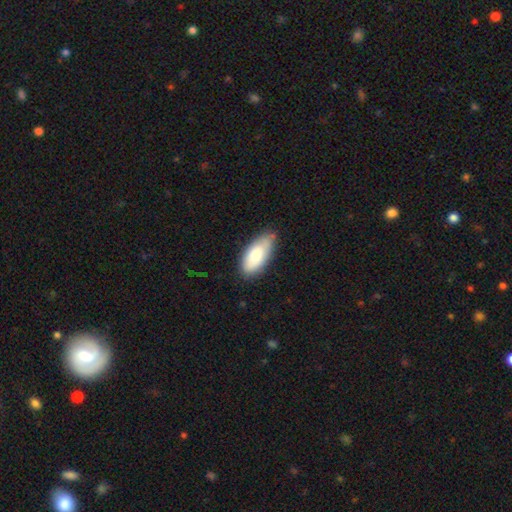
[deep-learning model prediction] A smooth galaxy with no disk features (82%) that is in between round and cigar-shaped (88%). Merging: none (72%).